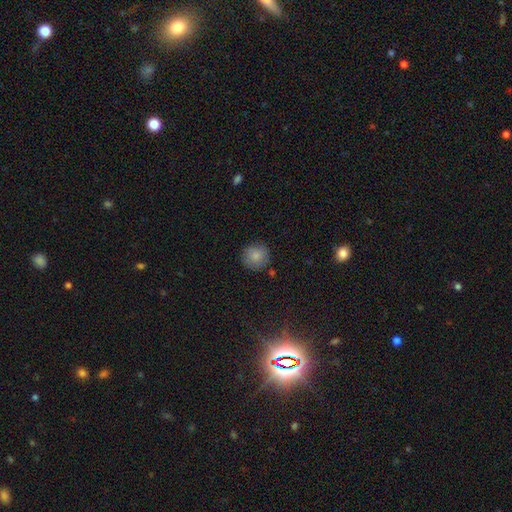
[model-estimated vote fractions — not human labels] smooth-or-featured: smooth: 85% | star or artifact: 8% | featured or disk: 6%
  how-rounded: round: 93% | in between: 6% | cigar-shaped: 1%
  merging: none: 85% | minor disturbance: 11% | major disturbance: 3% | merger: 2%